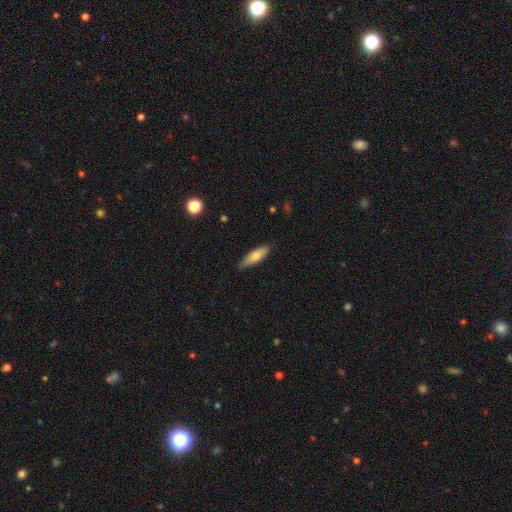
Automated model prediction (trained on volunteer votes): The model was most divided on "how rounded": cigar-shaped: 52%, in between: 46%, round: 2%. More confident: merging — none (80%); smooth or featured — smooth (73%).